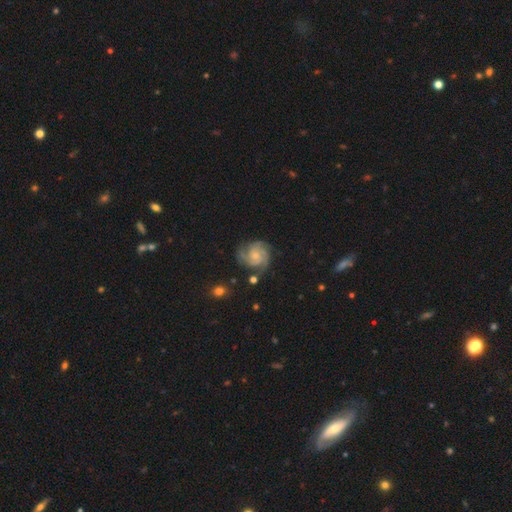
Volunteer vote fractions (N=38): Smooth or featured: featured or disk — 87% (smooth — 8%)
Edge-on disk: no — 100%
Bar: no — 76% (weak — 21%)
Spiral arms: yes — 97% (no — 3%)
Spiral winding: tight — 59% (medium — 38%)
Spiral arm count: 3 — 84% (2 — 12%)
Bulge size: moderate — 45% (tied with small — 45%)
Merging: none — 67% (minor disturbance — 19%)